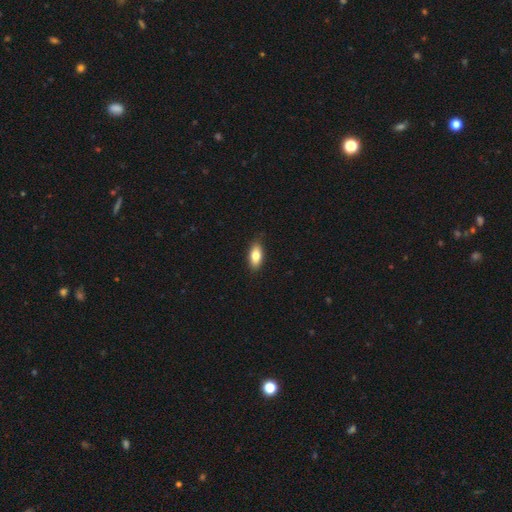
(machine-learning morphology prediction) Smooth or featured: smooth — 80% (featured or disk — 13%)
How rounded: in between — 85% (cigar-shaped — 12%)
Merging: none — 85% (minor disturbance — 12%)